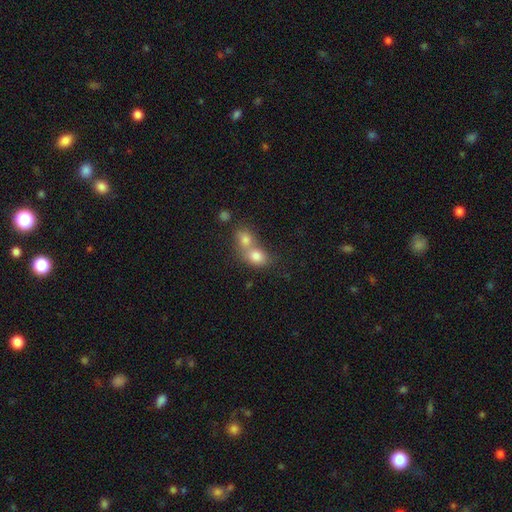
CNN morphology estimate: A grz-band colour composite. It shows a smooth galaxy with no disk features (77%) that is round (51%). Merging: merger (68%).